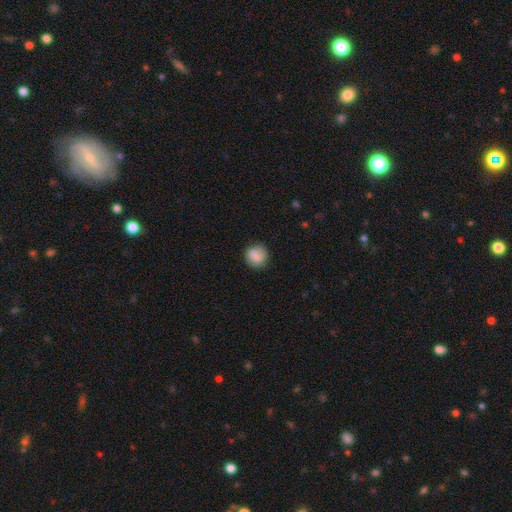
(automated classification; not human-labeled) smooth 82%, featured or disk 10%, star or artifact 8%. Down the decision tree: how rounded — round (83%); merging — none (80%).